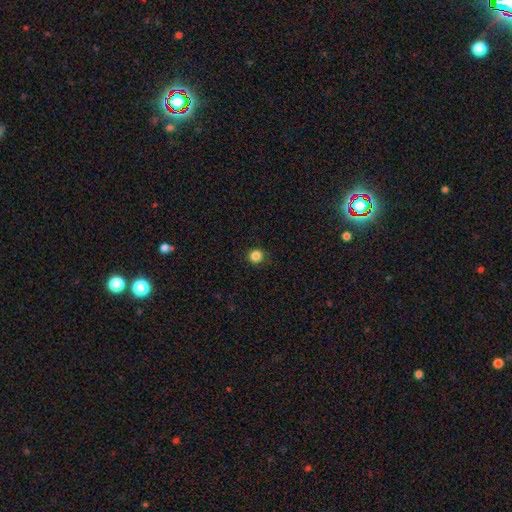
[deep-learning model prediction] Q: Smooth or featured?
A: smooth (86%); runner-up: star or artifact (11%)
Q: How rounded?
A: round (94%); runner-up: in between (5%)
Q: Merging?
A: none (91%); runner-up: minor disturbance (6%)